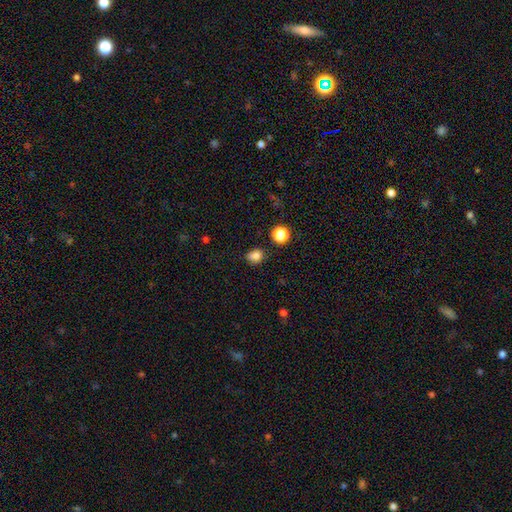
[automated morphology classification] Q: Smooth or featured?
A: smooth (80%); runner-up: star or artifact (14%)
Q: How rounded?
A: round (64%); runner-up: in between (35%)
Q: Merging?
A: none (71%); runner-up: minor disturbance (19%)